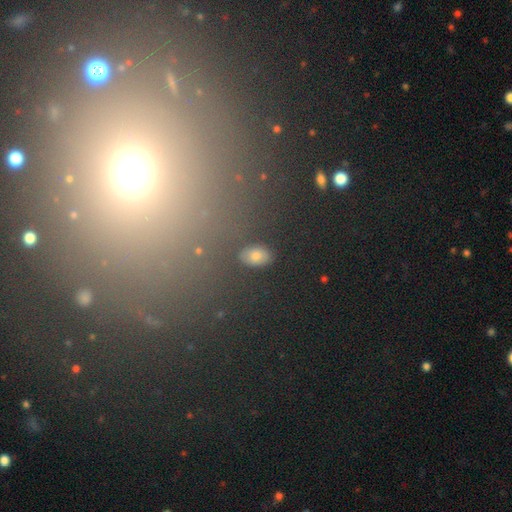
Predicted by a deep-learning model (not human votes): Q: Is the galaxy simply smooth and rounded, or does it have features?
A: smooth — 72%.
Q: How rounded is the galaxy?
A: in between — 86%.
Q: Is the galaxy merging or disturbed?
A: none — 86%.